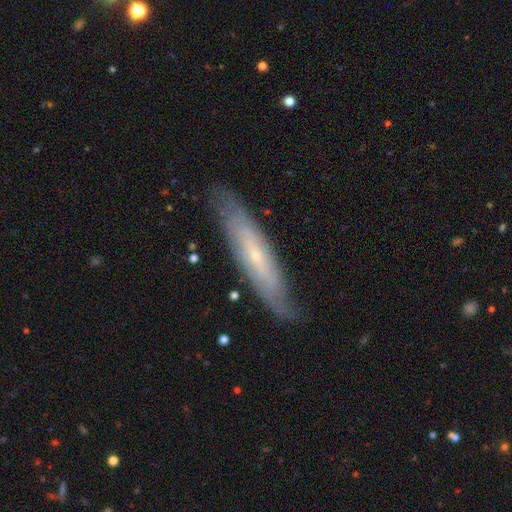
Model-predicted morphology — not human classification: featured or disk 66%, smooth 28%, star or artifact 7%. Down the decision tree: edge-on disk — no (51%); merging — none (80%).